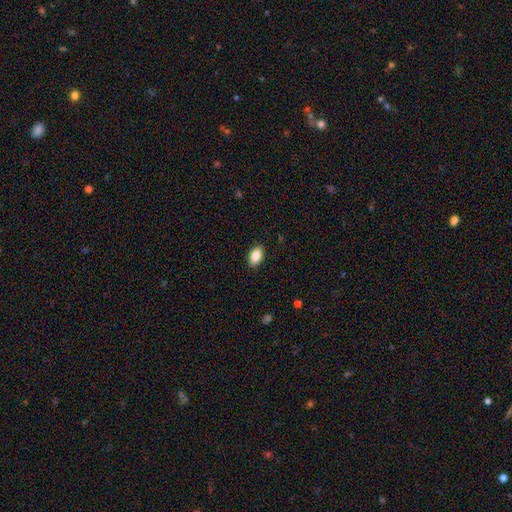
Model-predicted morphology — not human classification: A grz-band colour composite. It shows a smooth galaxy with no disk features (87%) that is in between round and cigar-shaped (92%). Merging: none (88%).